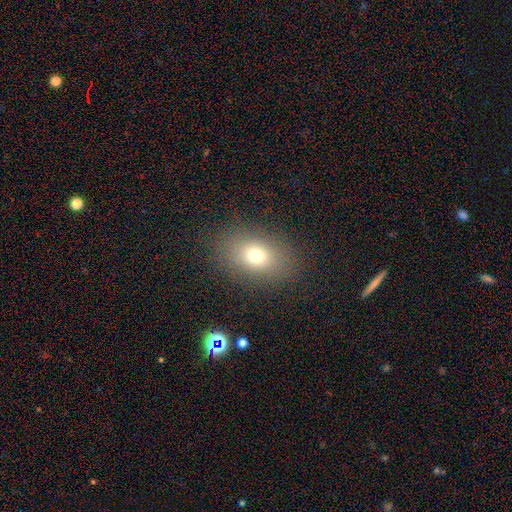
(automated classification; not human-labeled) smooth-or-featured: smooth: 72% | star or artifact: 15% | featured or disk: 13%
  how-rounded: in between: 70% | round: 29% | cigar-shaped: 1%
  merging: none: 85% | minor disturbance: 9% | major disturbance: 5% | merger: 1%